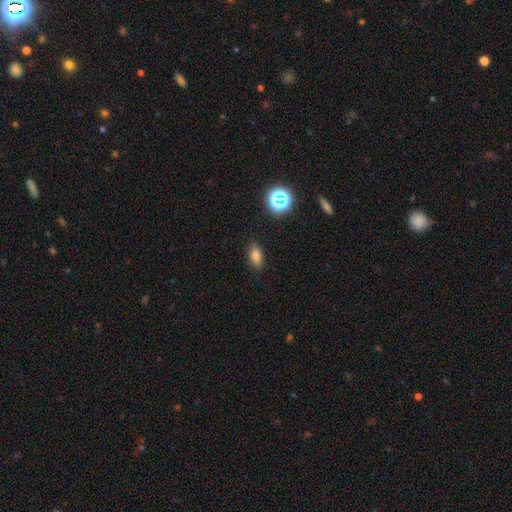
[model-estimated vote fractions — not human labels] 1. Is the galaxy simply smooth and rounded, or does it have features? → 77% smooth, 14% star or artifact, 9% featured or disk.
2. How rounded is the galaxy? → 83% in between, 10% cigar-shaped, 7% round.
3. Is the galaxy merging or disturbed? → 86% none, 10% minor disturbance, 2% major disturbance, 1% merger.